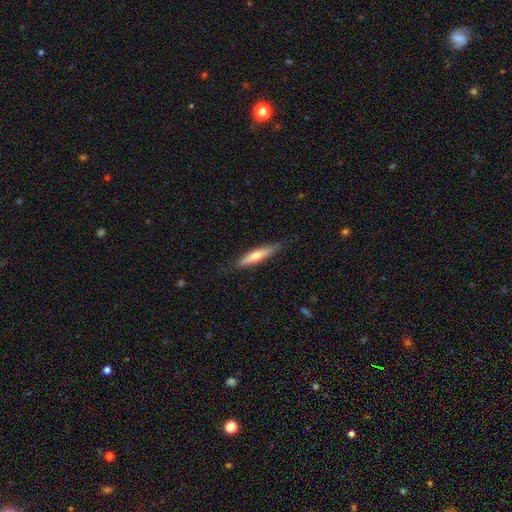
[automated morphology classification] Smooth or featured?
  - smooth: 55% *
  - featured or disk: 39%
  - star or artifact: 6%
How rounded?
  - cigar-shaped: 88% *
  - in between: 11%
  - round: 1%
Merging?
  - none: 84% *
  - minor disturbance: 13%
  - major disturbance: 2%
  - merger: 1%